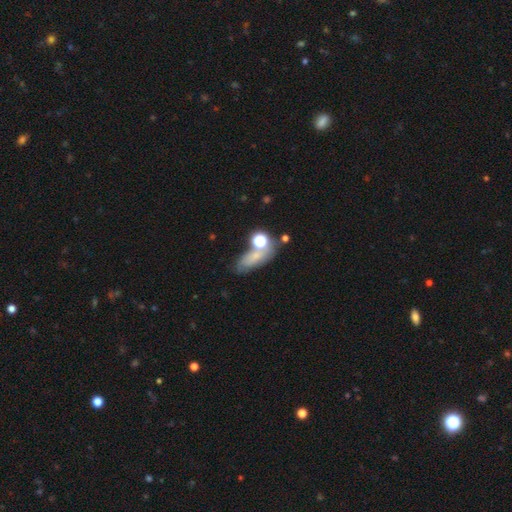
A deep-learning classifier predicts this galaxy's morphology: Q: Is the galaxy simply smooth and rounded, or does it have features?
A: smooth — 62%.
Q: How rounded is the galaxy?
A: in between — 60%.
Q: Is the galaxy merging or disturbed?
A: none — 48%.